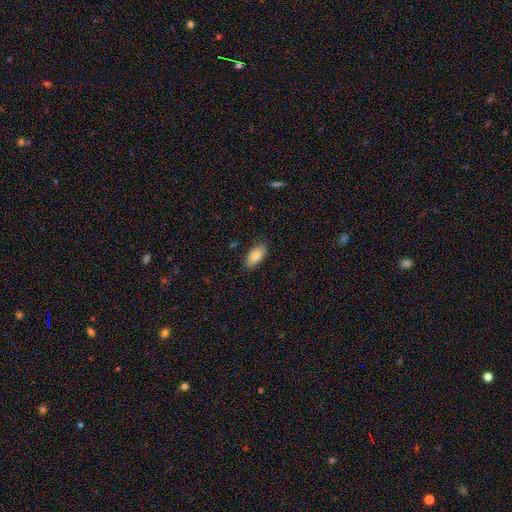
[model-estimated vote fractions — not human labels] Q: Smooth or featured?
A: smooth (84%); runner-up: featured or disk (10%)
Q: How rounded?
A: in between (92%); runner-up: cigar-shaped (5%)
Q: Merging?
A: none (85%); runner-up: minor disturbance (11%)